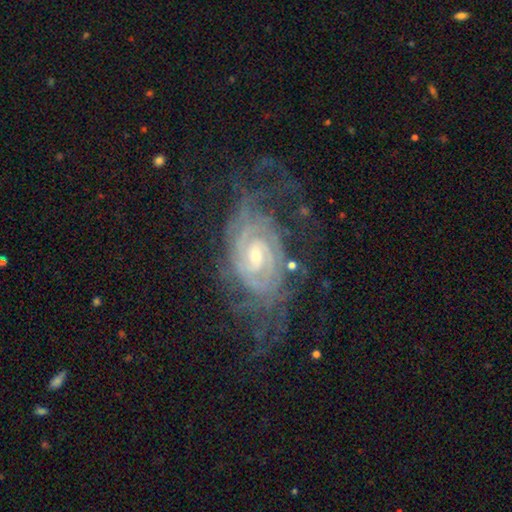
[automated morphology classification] Overall: featured or disk (89%). Edge-on disk: no (95%). Bar: weak (45%; no 39%). Spiral arms: yes (97%). Spiral arm count: can't tell (33%; 2 27%). Spiral winding: tight (72%). Bulge size: small (50%; moderate 44%). Merging: none (65%).